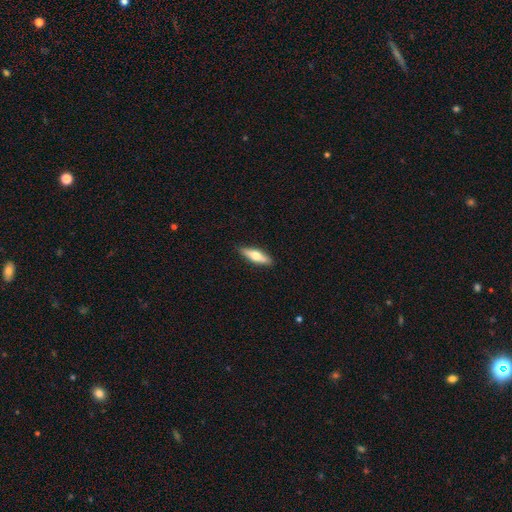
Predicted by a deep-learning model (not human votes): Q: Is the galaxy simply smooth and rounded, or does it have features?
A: smooth — 51%.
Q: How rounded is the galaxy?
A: cigar-shaped — 59%.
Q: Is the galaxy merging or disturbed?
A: none — 90%.